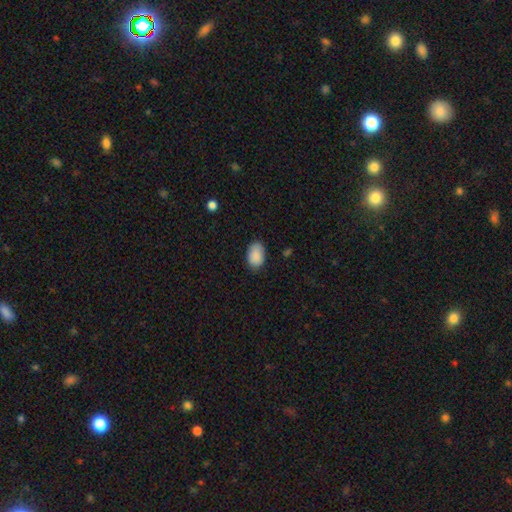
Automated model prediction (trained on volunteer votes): This is clearly a smooth galaxy (89%). How rounded: clearly in between (88%). Merging: clearly none (81%).